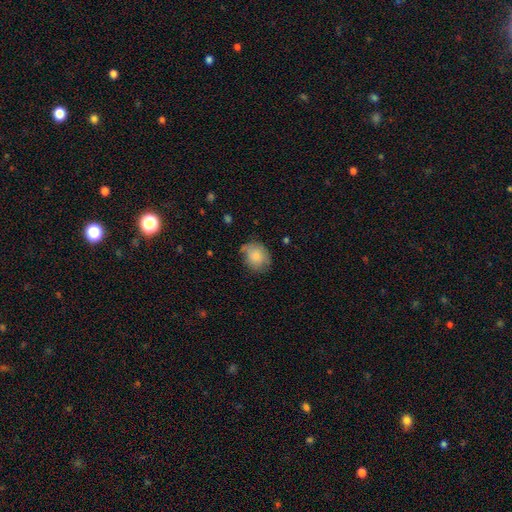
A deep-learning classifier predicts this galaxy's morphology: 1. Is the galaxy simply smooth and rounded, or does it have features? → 78% smooth, 14% featured or disk, 8% star or artifact.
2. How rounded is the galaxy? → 56% round, 43% in between, 1% cigar-shaped.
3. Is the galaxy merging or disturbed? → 59% none, 30% minor disturbance, 8% major disturbance, 3% merger.